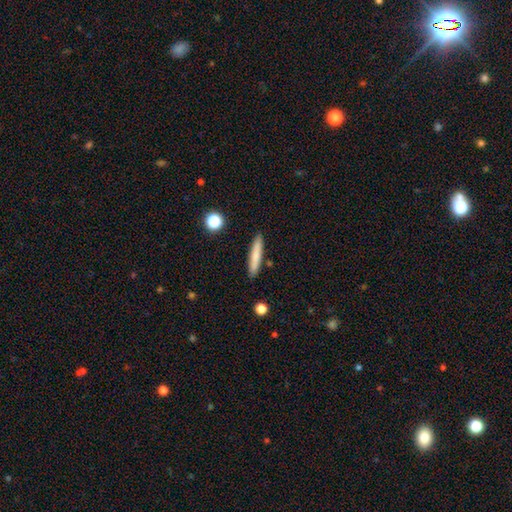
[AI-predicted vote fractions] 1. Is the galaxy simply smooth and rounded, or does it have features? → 75% smooth, 18% featured or disk, 7% star or artifact.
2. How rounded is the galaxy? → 90% cigar-shaped, 8% in between, 2% round.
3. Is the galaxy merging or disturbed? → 89% none, 8% minor disturbance, 2% merger, 2% major disturbance.